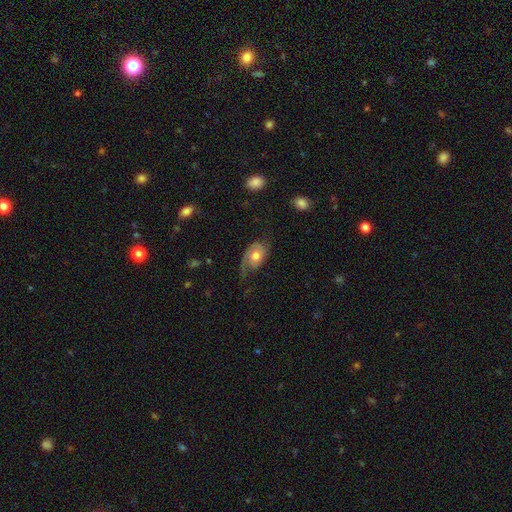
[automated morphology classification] type=featured or disk (58%); edge-on=no (95%); bar=no (77%); spiral arms=yes (85%); bulge=moderate (72%); merging=none (45%).